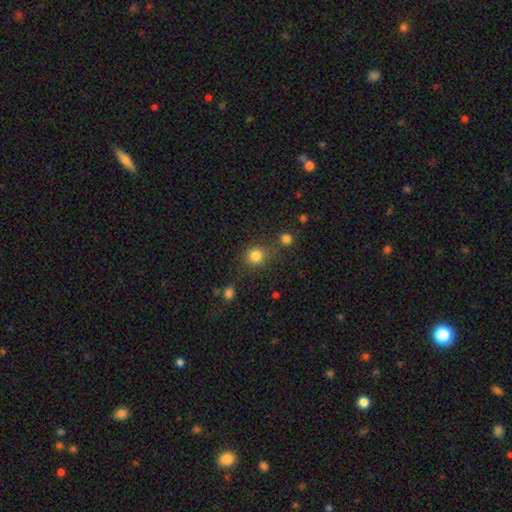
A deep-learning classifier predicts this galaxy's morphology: smooth-or-featured: smooth: 82% | star or artifact: 13% | featured or disk: 5%
  how-rounded: round: 86% | in between: 13% | cigar-shaped: 1%
  merging: none: 73% | minor disturbance: 12% | merger: 9% | major disturbance: 5%